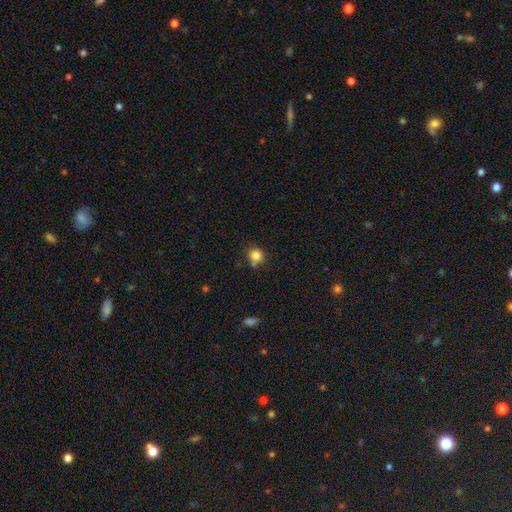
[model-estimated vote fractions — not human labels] Smooth or featured: smooth — 83% (star or artifact — 11%)
How rounded: round — 86% (in between — 13%)
Merging: none — 68% (minor disturbance — 16%)